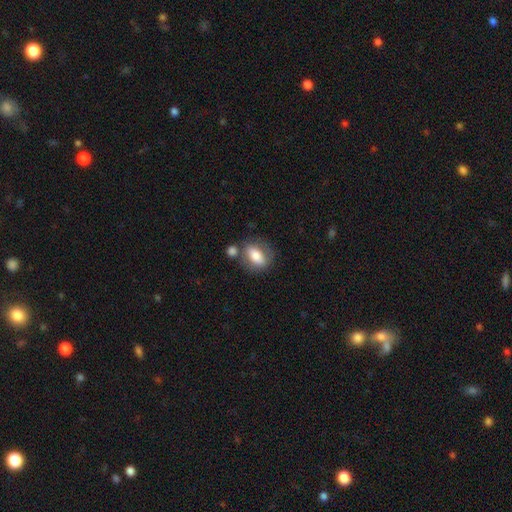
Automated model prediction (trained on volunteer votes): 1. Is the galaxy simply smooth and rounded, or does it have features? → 72% smooth, 21% featured or disk, 7% star or artifact.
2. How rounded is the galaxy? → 78% in between, 18% round, 4% cigar-shaped.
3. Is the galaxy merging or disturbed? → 60% none, 18% merger, 16% minor disturbance, 6% major disturbance.